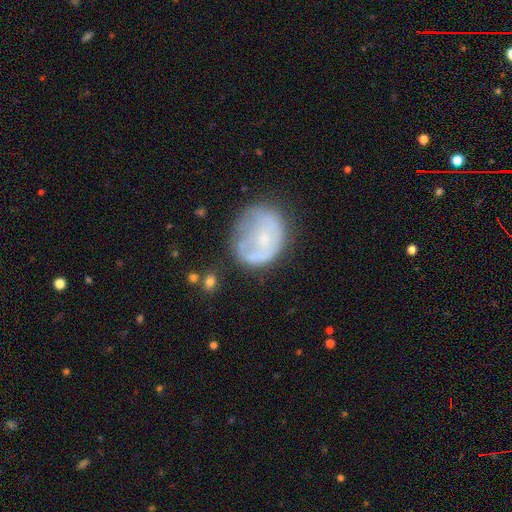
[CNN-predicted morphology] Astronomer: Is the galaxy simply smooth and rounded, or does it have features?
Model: featured or disk — 46% (runner-up: smooth, 45%).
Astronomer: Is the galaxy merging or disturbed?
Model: none — 42% (runner-up: major disturbance, 27%).